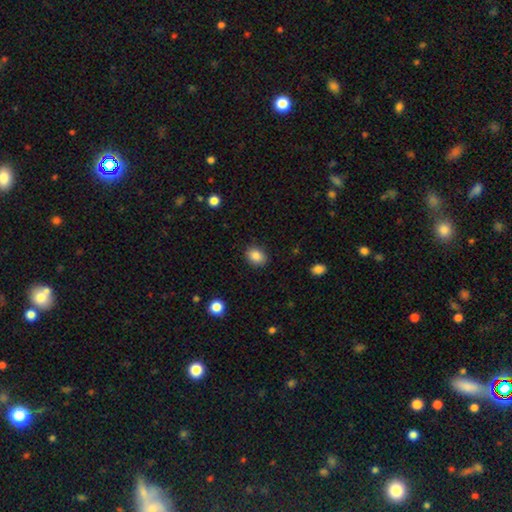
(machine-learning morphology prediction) Smooth or featured?
  - smooth: 87% *
  - star or artifact: 9%
  - featured or disk: 4%
How rounded?
  - in between: 59% *
  - round: 40%
  - cigar-shaped: 1%
Merging?
  - none: 86% *
  - minor disturbance: 10%
  - major disturbance: 3%
  - merger: 1%